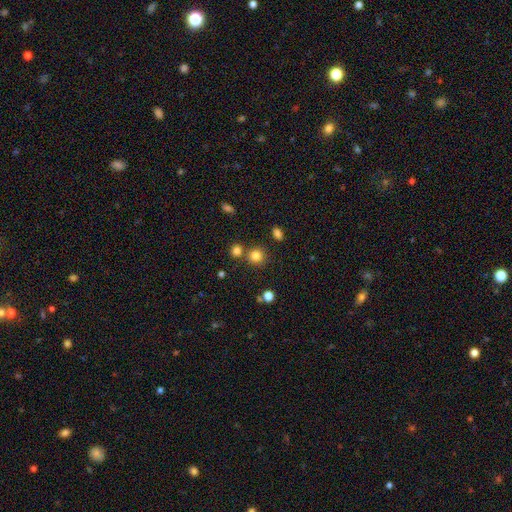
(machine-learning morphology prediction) The model was most divided on "merging": none: 74%, merger: 15%, minor disturbance: 8%, major disturbance: 3%. More confident: how rounded — round (89%); smooth or featured — smooth (81%).